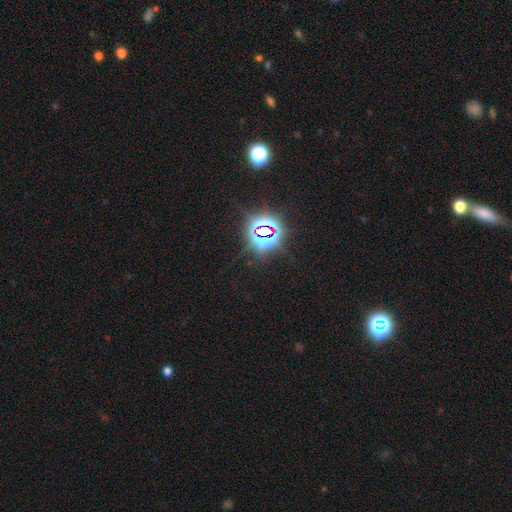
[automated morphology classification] Q: Smooth or featured?
A: star or artifact (81%); runner-up: smooth (13%)